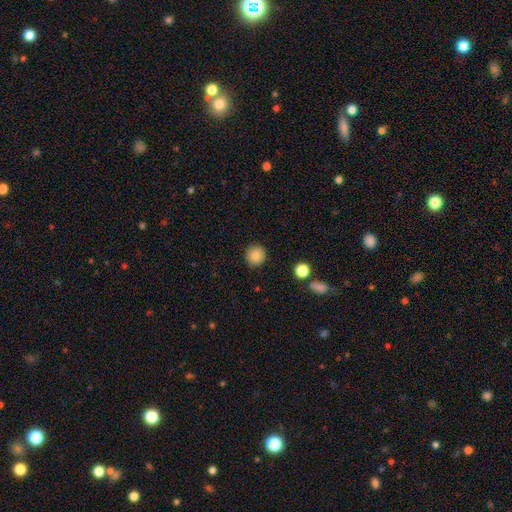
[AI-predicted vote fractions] smooth_or_featured: smooth (p=0.84) [alt: star or artifact p=0.10]
how_rounded: round (p=0.95) [alt: in between p=0.04]
merging: none (p=0.91) [alt: minor disturbance p=0.06]